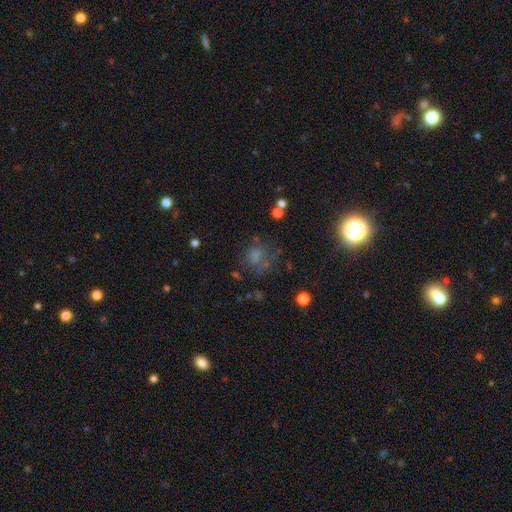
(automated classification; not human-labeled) Morphology: type=smooth (42%); merging=none (56%).